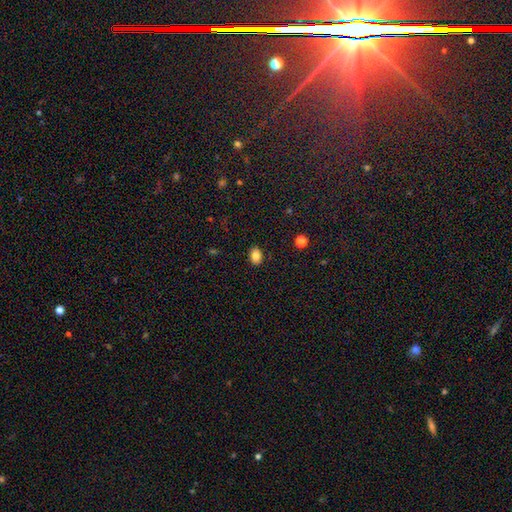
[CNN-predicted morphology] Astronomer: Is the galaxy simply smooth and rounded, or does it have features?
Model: smooth — 85%.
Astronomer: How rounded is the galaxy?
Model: in between — 71%.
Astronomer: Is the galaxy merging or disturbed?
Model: none — 88%.